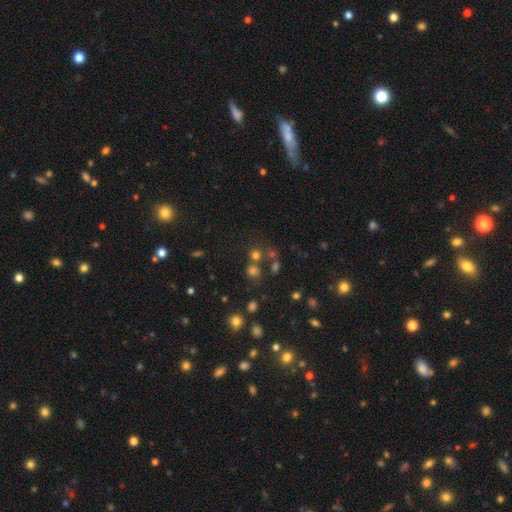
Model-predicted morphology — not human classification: Smooth or featured?
  - smooth: 67% *
  - star or artifact: 26%
  - featured or disk: 8%
How rounded?
  - round: 88% *
  - in between: 11%
  - cigar-shaped: 1%
Merging?
  - none: 66% *
  - merger: 21%
  - minor disturbance: 9%
  - major disturbance: 5%